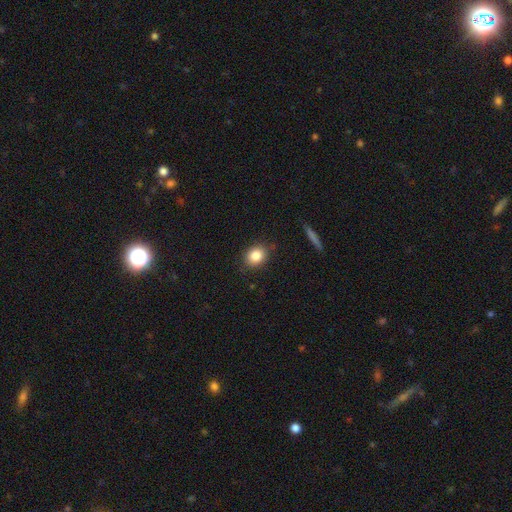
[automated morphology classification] type=smooth (84%); roundness=round (57%); merging=none (85%).